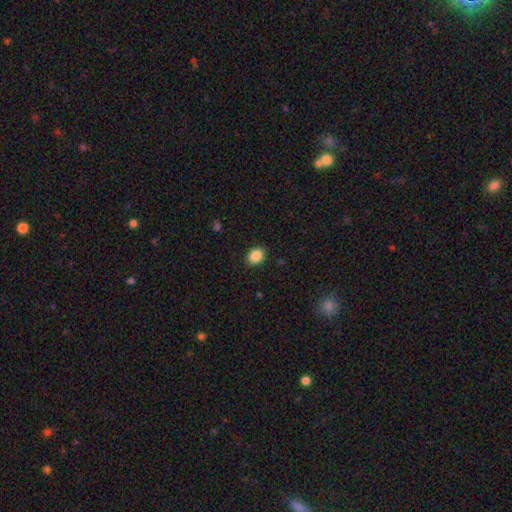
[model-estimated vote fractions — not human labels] smooth-or-featured: smooth: 88% | star or artifact: 8% | featured or disk: 3%
  how-rounded: in between: 59% | round: 40% | cigar-shaped: 1%
  merging: none: 87% | minor disturbance: 9% | major disturbance: 2% | merger: 1%